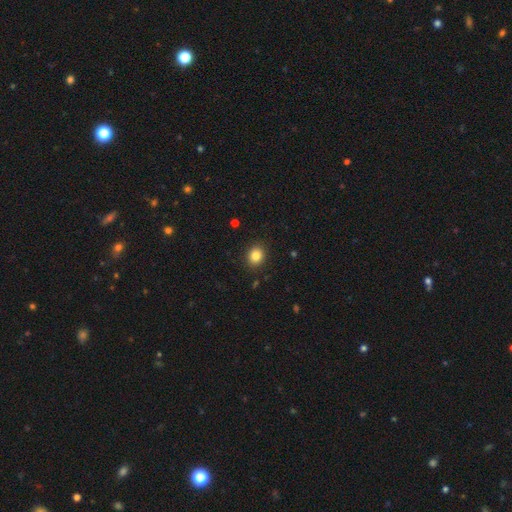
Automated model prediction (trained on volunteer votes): A smooth galaxy with no disk features (83%) that is round (74%).

Vote fractions:
- Smooth or featured? smooth: 83% / star or artifact: 11% / featured or disk: 6%
- How rounded? round: 74% / in between: 25% / cigar-shaped: 1%
- Merging? none: 90% / minor disturbance: 6% / major disturbance: 2% / merger: 1%